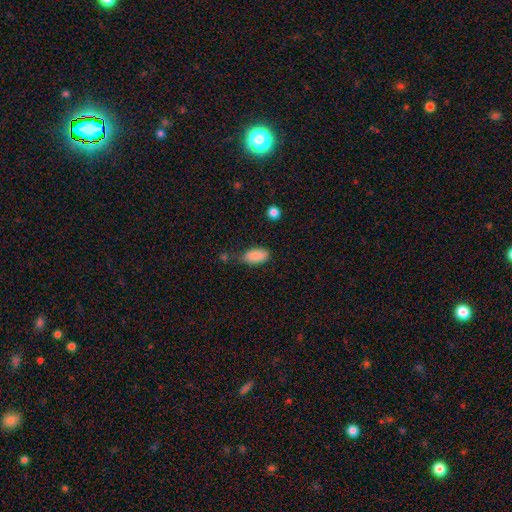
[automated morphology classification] A smooth galaxy with no disk features (87%) that is in between round and cigar-shaped (92%). Merging: none (57%).